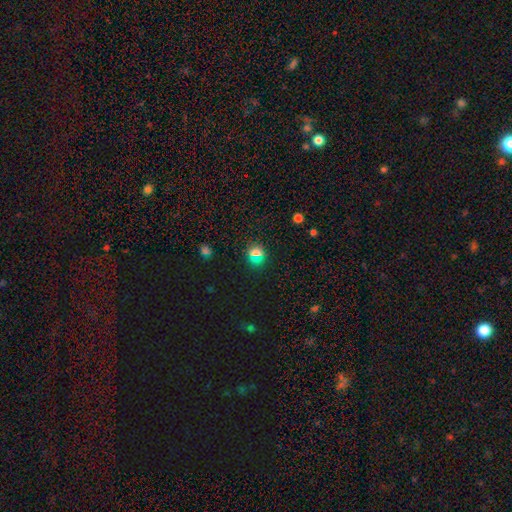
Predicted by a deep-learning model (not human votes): This appears to be a smooth galaxy with no disk features (60%) that is round (81%). Merging: none (87%).